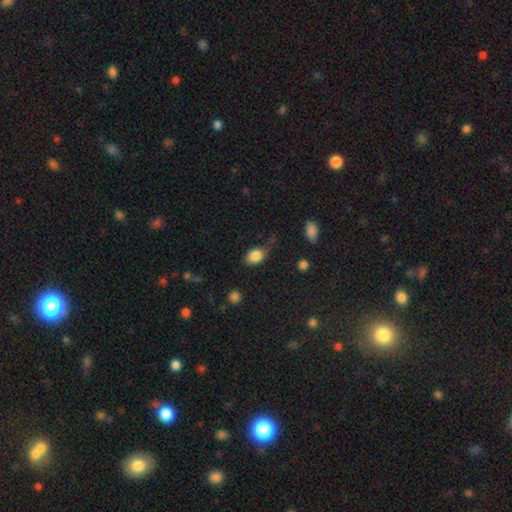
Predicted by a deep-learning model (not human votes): Morphology: type=smooth (83%); roundness=in between (72%); merging=none (49%).